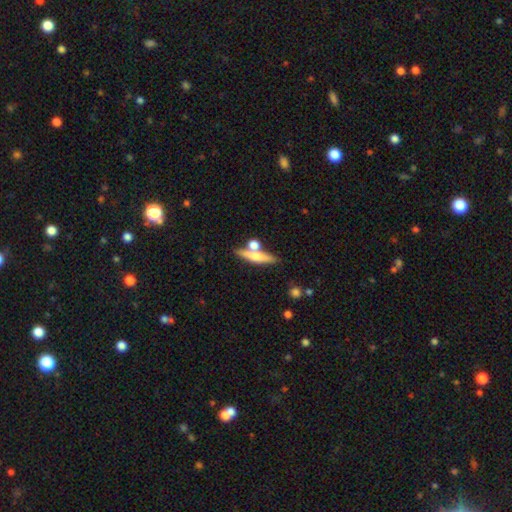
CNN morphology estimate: A smooth galaxy with no disk features (50%). Merging: none (64%).